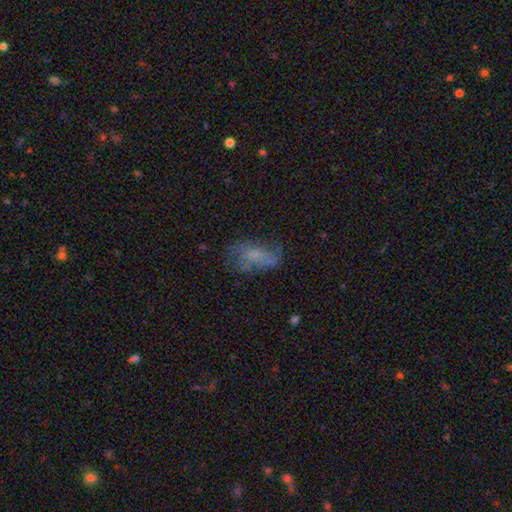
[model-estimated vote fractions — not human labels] smooth-or-featured: smooth: 44% (tied) | featured or disk: 44% (tied) | star or artifact: 12%
  merging: none: 47% | minor disturbance: 24% | major disturbance: 24% | merger: 4%